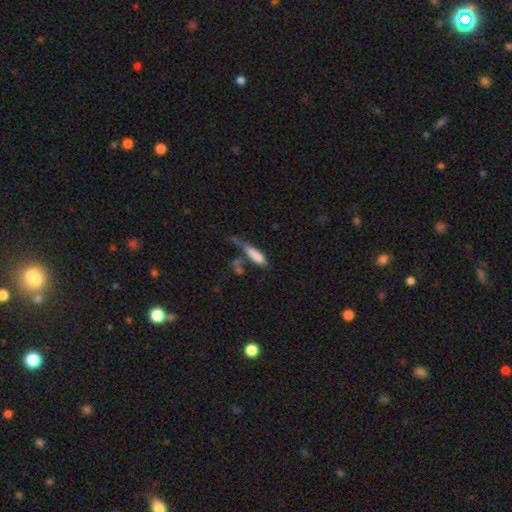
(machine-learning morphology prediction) type=smooth (76%); roundness=cigar-shaped (52%); merging=none (30%).